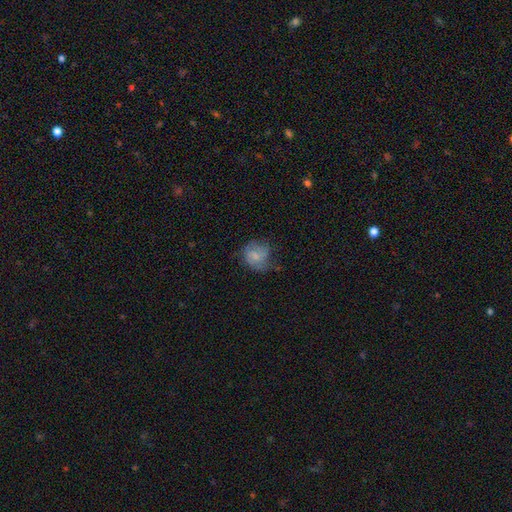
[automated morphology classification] Smooth or featured?
  - smooth: 62% *
  - featured or disk: 28%
  - star or artifact: 10%
How rounded?
  - round: 68% *
  - in between: 31%
  - cigar-shaped: 1%
Merging?
  - none: 45% *
  - minor disturbance: 31%
  - major disturbance: 22%
  - merger: 2%